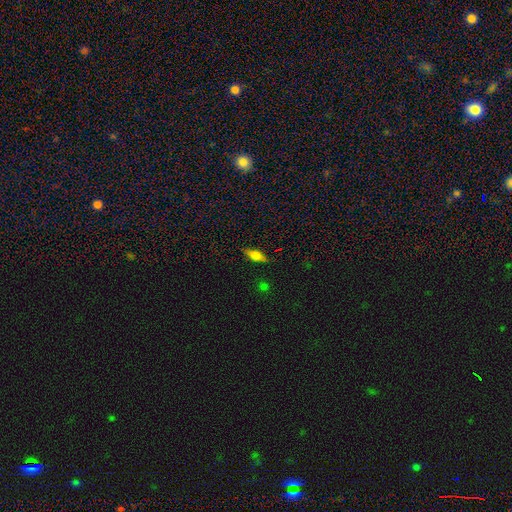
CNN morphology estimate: Overall: smooth (48%; featured or disk 43%). Merging: none (85%).